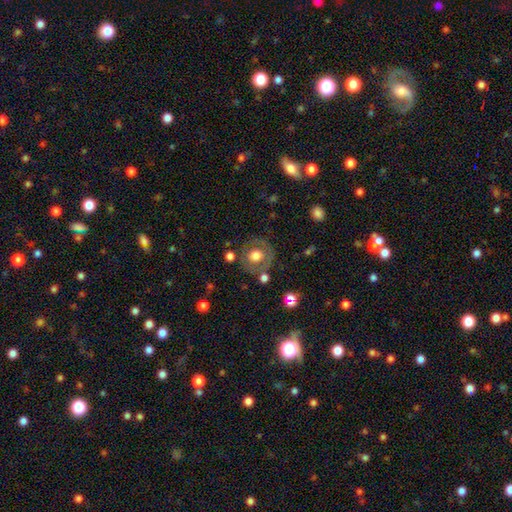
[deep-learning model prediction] This appears to be a smooth galaxy with no disk features (56%) that is round (87%). Merging: none (72%).